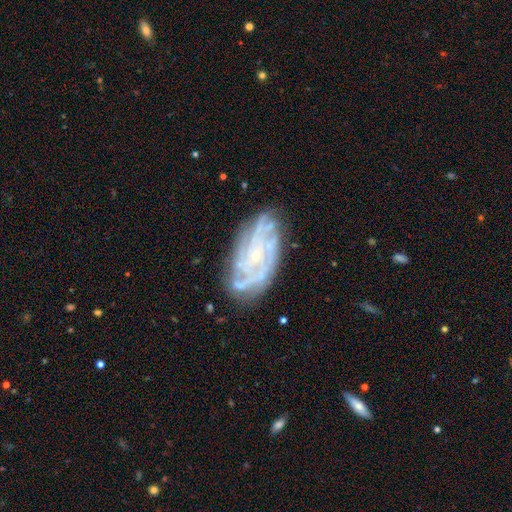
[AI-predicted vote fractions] Smooth or featured?
  - featured or disk: 83% *
  - smooth: 8%
  - star or artifact: 8%
Edge-on disk?
  - no: 95% *
  - yes: 5%
Bar?
  - no: 70% *
  - weak: 24%
  - strong: 7%
Spiral arms?
  - yes: 95% *
  - no: 5%
Spiral winding?
  - tight: 64% *
  - medium: 29%
  - loose: 7%
Spiral arm count?
  - can't tell: 28% *
  - 4: 26%
  - 3: 16%
  - more than 4: 12%
  - 2: 11%
  - 1: 7%
Bulge size?
  - small: 79% *
  - moderate: 15%
  - none: 3%
  - large: 1%
  - dominant: 1%
Merging?
  - none: 77% *
  - minor disturbance: 16%
  - major disturbance: 5%
  - merger: 2%